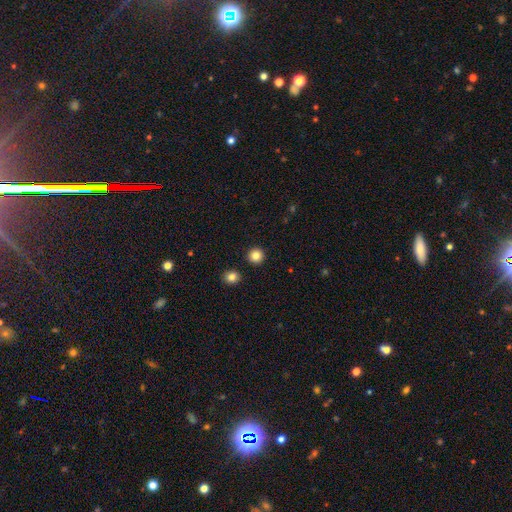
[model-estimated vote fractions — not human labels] Smooth or featured? smooth (84%)
How rounded? round (94%)
Merging? none (92%)